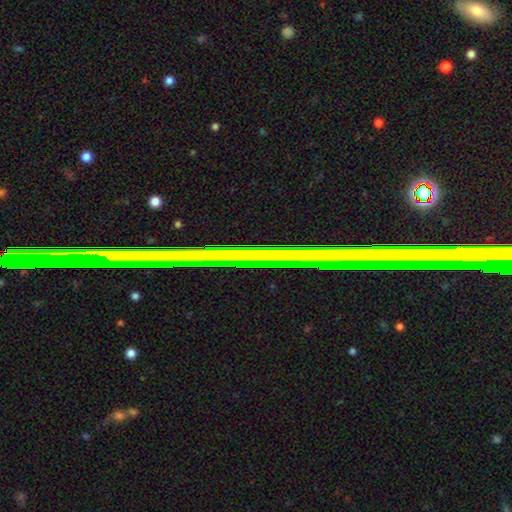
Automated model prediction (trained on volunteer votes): Smooth or featured? star or artifact (64%)